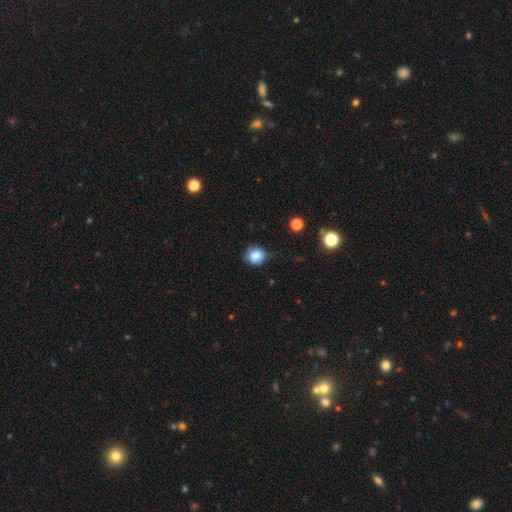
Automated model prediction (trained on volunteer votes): Smooth or featured?
  - smooth: 83% *
  - star or artifact: 10%
  - featured or disk: 7%
How rounded?
  - round: 81% *
  - in between: 18%
  - cigar-shaped: 1%
Merging?
  - none: 69% *
  - minor disturbance: 24%
  - major disturbance: 5%
  - merger: 2%